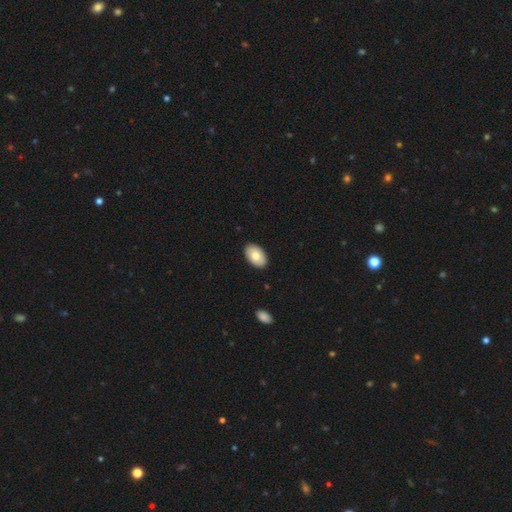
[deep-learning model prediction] This appears to be a smooth galaxy with no disk features (75%) that is in between round and cigar-shaped (93%). Merging: none (89%).